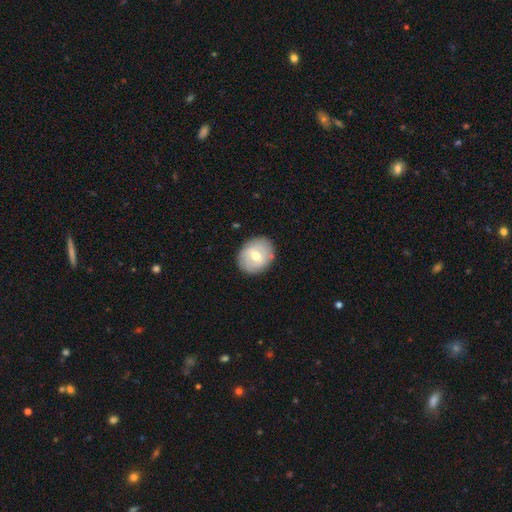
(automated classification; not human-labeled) Morphology: type=featured or disk (48%); merging=none (84%).